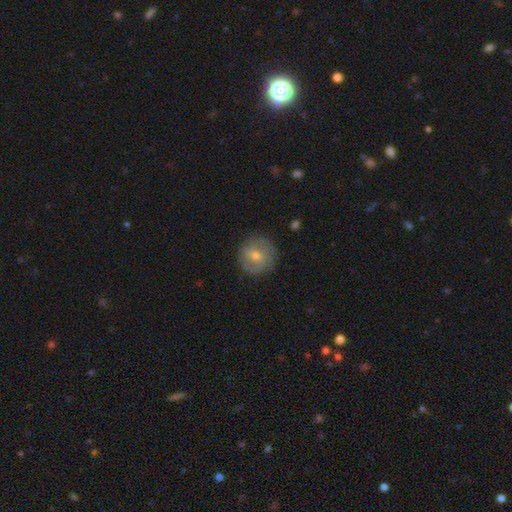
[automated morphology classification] This appears to be a featured or disk galaxy (55%) with no bar (63%), spiral arms (82%) and a moderate central bulge (51%). Merging: none (82%).